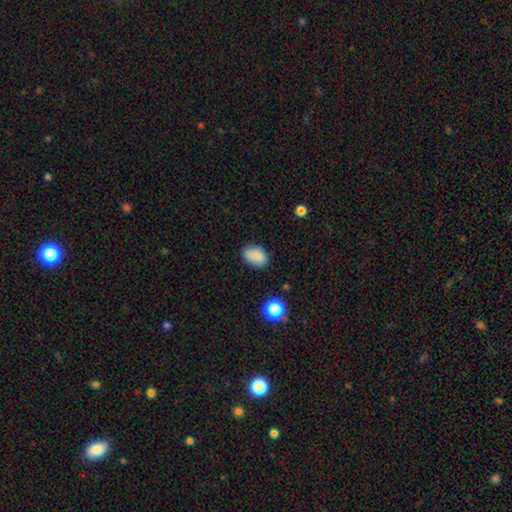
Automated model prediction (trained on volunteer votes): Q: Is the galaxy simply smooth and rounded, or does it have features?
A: smooth — 85%.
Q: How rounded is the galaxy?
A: in between — 85%.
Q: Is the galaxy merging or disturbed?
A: none — 83%.